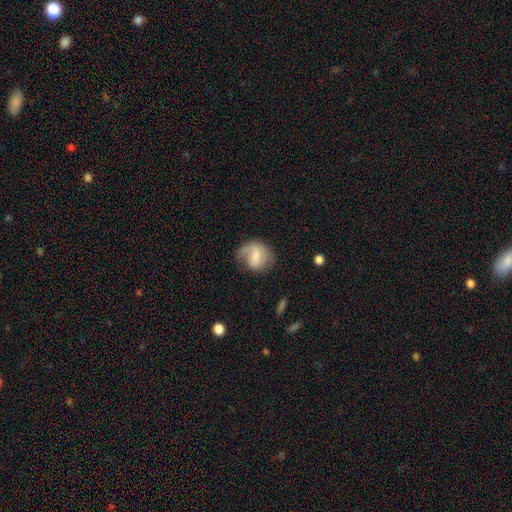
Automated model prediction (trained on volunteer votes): smooth 48%, featured or disk 45%, star or artifact 7%. Down the decision tree: merging — none (49%).